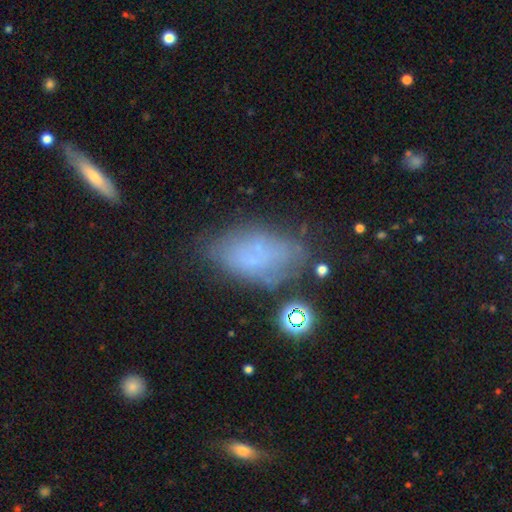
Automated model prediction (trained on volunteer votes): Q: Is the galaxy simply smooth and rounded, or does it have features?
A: smooth — 55%.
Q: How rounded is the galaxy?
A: in between — 90%.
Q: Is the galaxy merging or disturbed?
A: none — 52%.